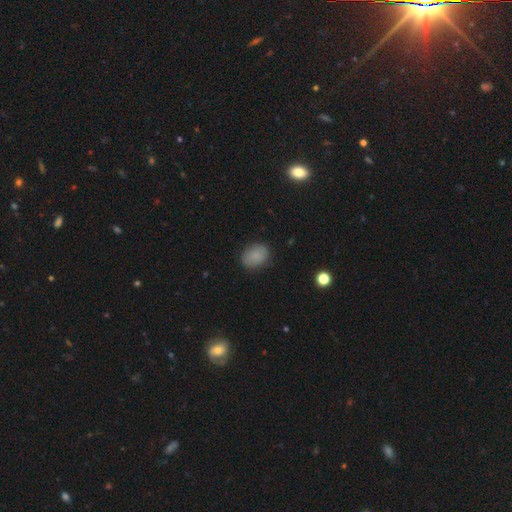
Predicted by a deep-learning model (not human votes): smooth 85%, star or artifact 9%, featured or disk 6%. Down the decision tree: how rounded — in between (66%); merging — none (82%).